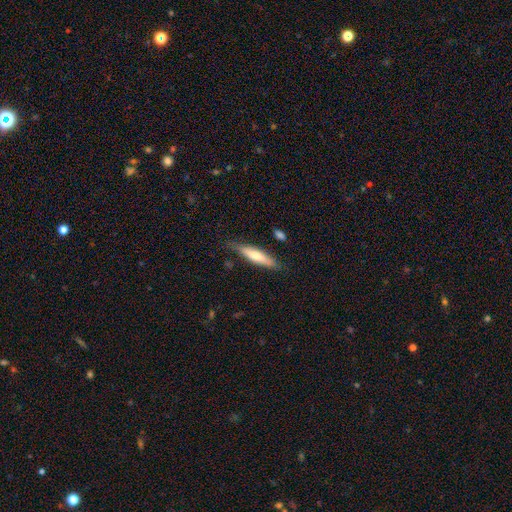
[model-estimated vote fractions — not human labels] Smooth or featured? Predicted: smooth (p=0.63). How rounded? Predicted: cigar-shaped (p=0.78). Merging? Predicted: none (p=0.74).